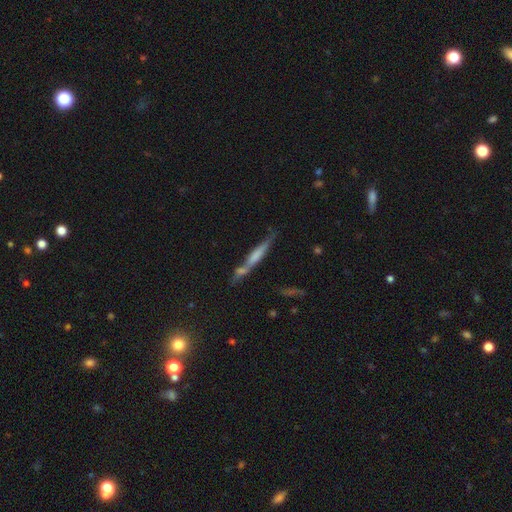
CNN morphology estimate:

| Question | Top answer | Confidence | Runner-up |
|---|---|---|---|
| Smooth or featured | featured or disk | 46% | tied: smooth (46%) |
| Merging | none | 53% | merger (27%) |